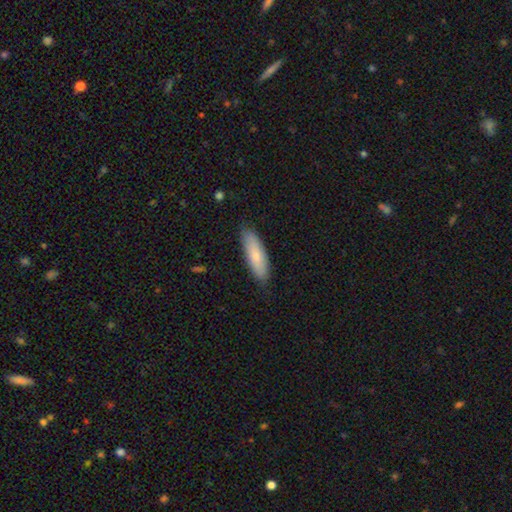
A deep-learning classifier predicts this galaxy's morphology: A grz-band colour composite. It shows a smooth galaxy with no disk features (74%) that is cigar-shaped (51%). Merging: none (84%).